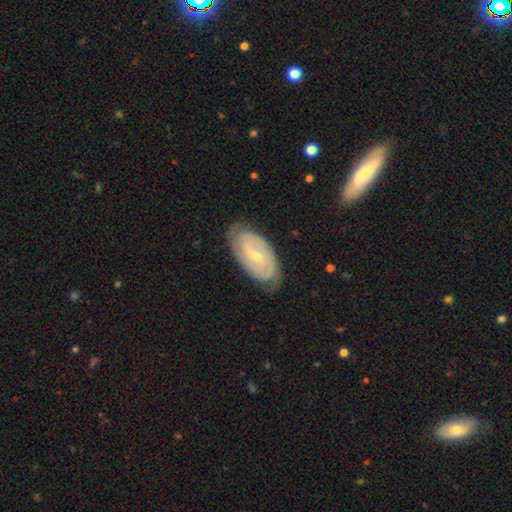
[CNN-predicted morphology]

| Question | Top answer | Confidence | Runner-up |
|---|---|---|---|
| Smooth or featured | featured or disk | 79% | smooth (16%) |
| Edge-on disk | no | 94% | yes (6%) |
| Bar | weak | 44% | no (42%) |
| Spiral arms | yes | 91% | no (9%) |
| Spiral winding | tight | 64% | medium (28%) |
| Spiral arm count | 2 | 58% | can't tell (26%) |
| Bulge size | small | 68% | moderate (29%) |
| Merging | none | 77% | minor disturbance (18%) |